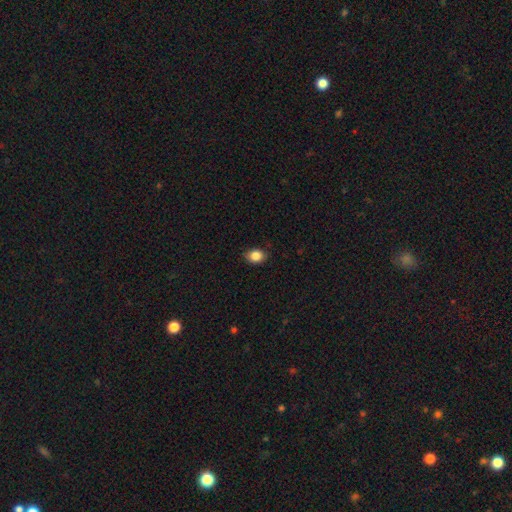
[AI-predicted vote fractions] Q: Smooth or featured?
A: smooth (86%); runner-up: star or artifact (9%)
Q: How rounded?
A: in between (53%); runner-up: round (46%)
Q: Merging?
A: none (85%); runner-up: minor disturbance (12%)